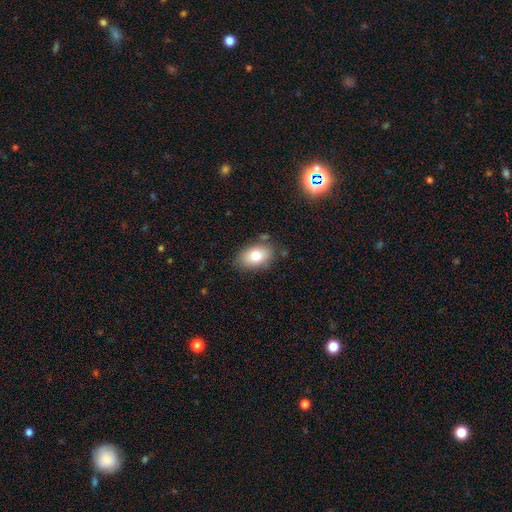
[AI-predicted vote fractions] Overall: smooth (81%). How rounded: in between (91%). Merging: none (78%).